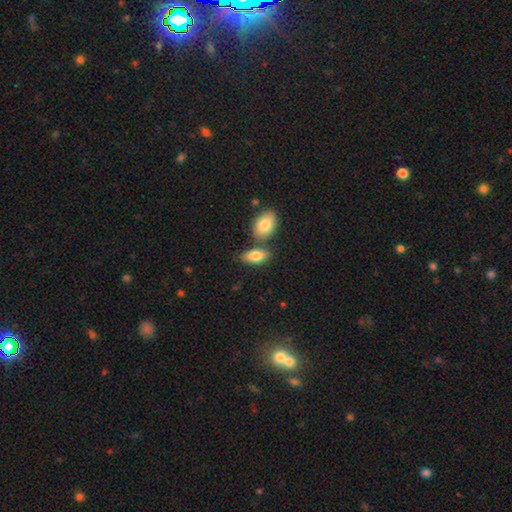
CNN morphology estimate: Smooth or featured: smooth — 82% (featured or disk — 11%)
How rounded: in between — 89% (cigar-shaped — 6%)
Merging: none — 60% (merger — 24%)